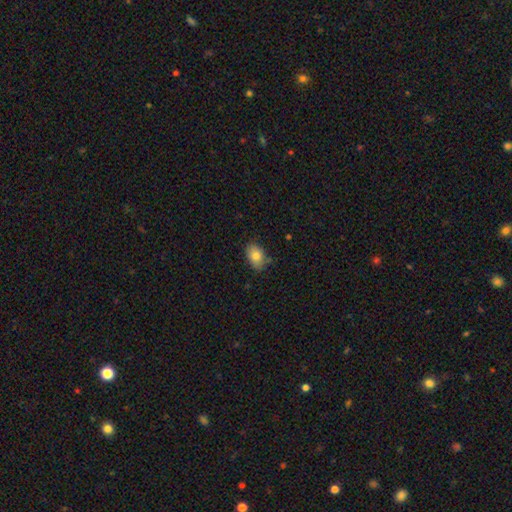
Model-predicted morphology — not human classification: Smooth or featured?
  - smooth: 81% *
  - featured or disk: 10%
  - star or artifact: 8%
How rounded?
  - in between: 84% *
  - round: 15%
  - cigar-shaped: 1%
Merging?
  - none: 71% *
  - minor disturbance: 23%
  - major disturbance: 4%
  - merger: 2%